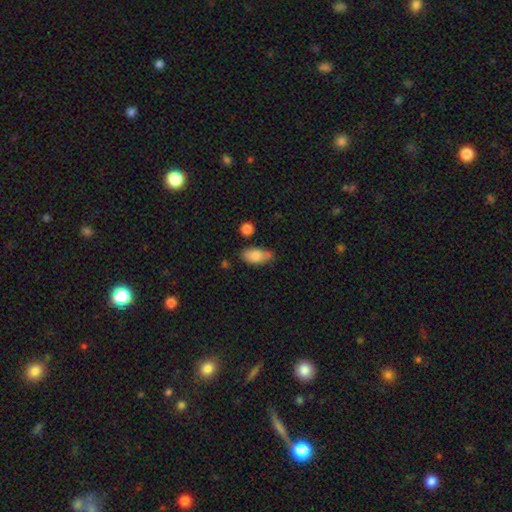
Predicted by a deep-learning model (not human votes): Overall: smooth (82%). How rounded: in between (88%). Merging: none (62%; minor disturbance 27%).